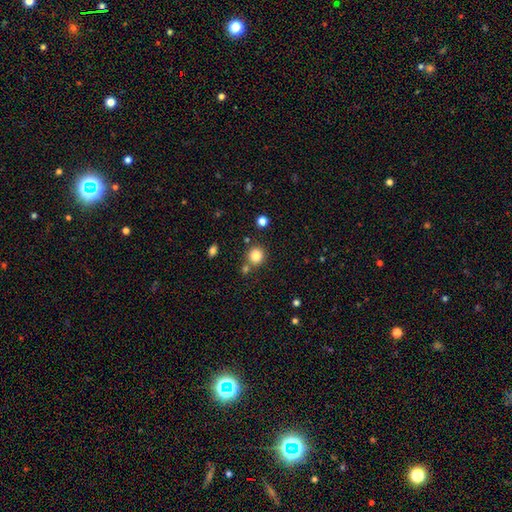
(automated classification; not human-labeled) Smooth or featured?
  - smooth: 83% *
  - star or artifact: 12%
  - featured or disk: 6%
How rounded?
  - round: 90% *
  - in between: 10%
  - cigar-shaped: 1%
Merging?
  - none: 76% *
  - merger: 12%
  - minor disturbance: 9%
  - major disturbance: 3%